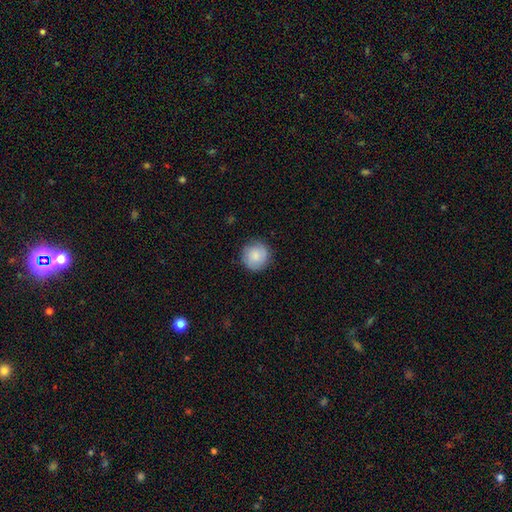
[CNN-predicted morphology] Smooth or featured? smooth (79%)
How rounded? round (93%)
Merging? none (86%)